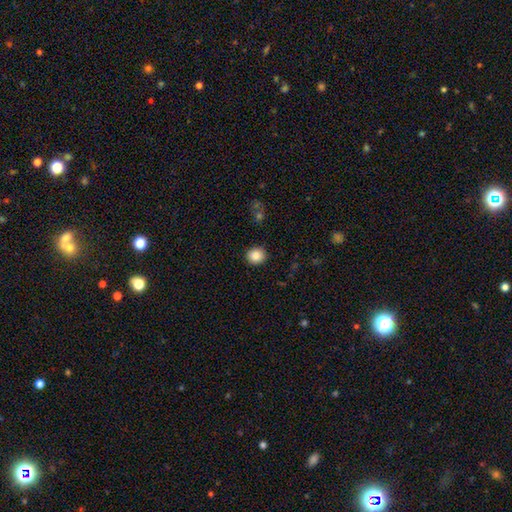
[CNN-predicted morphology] Q: Smooth or featured?
A: smooth (85%); runner-up: star or artifact (9%)
Q: How rounded?
A: round (85%); runner-up: in between (14%)
Q: Merging?
A: none (91%); runner-up: minor disturbance (6%)